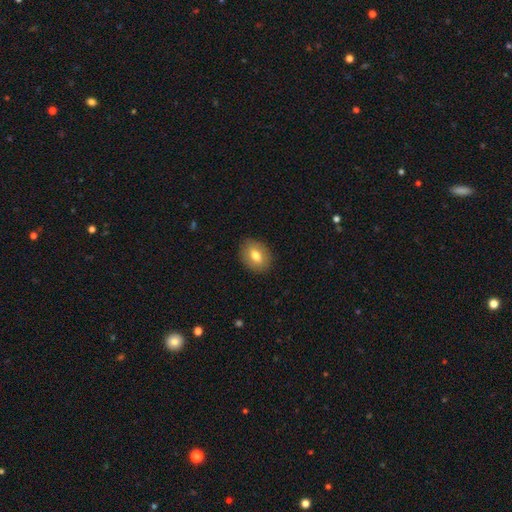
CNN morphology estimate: smooth 72%, featured or disk 20%, star or artifact 8%. Down the decision tree: how rounded — in between (70%); merging — none (87%).